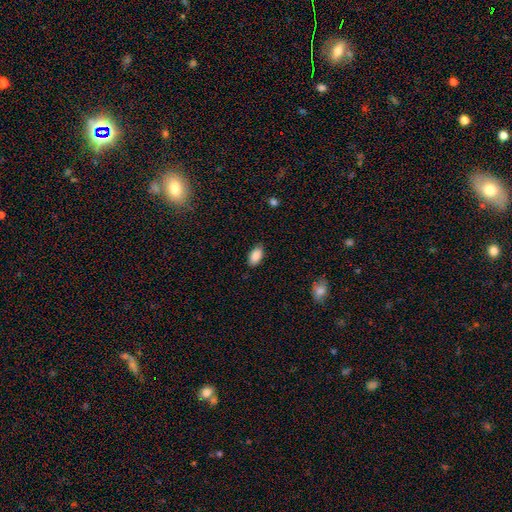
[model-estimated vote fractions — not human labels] Q: Smooth or featured?
A: smooth (88%); runner-up: star or artifact (7%)
Q: How rounded?
A: in between (93%); runner-up: round (4%)
Q: Merging?
A: none (82%); runner-up: minor disturbance (14%)